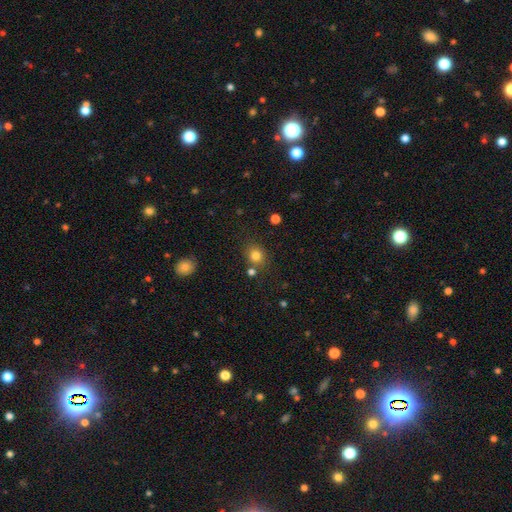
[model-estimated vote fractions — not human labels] This is clearly a smooth galaxy (81%). How rounded: likely round (77%). Merging: likely none (75%).